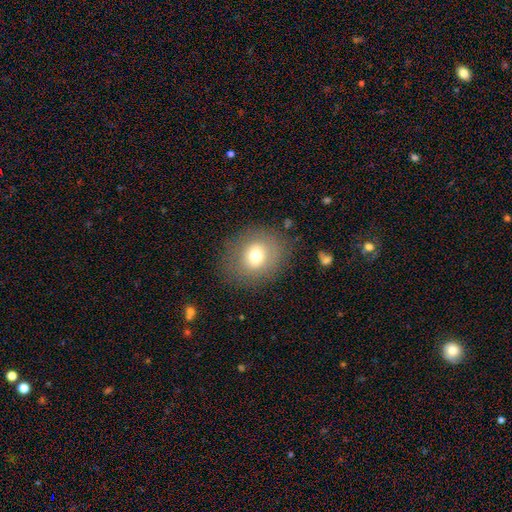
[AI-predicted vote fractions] Smooth or featured: smooth — 68% (featured or disk — 19%)
How rounded: round — 74% (in between — 25%)
Merging: none — 81% (minor disturbance — 11%)